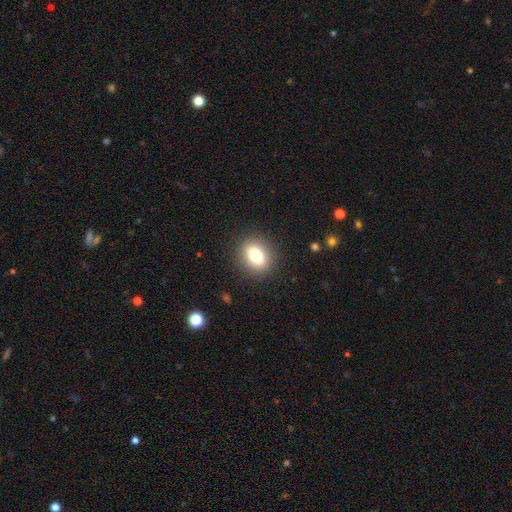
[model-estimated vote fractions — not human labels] Smooth or featured? Predicted: smooth (p=0.79). How rounded? Predicted: in between (p=0.54). Merging? Predicted: none (p=0.89).